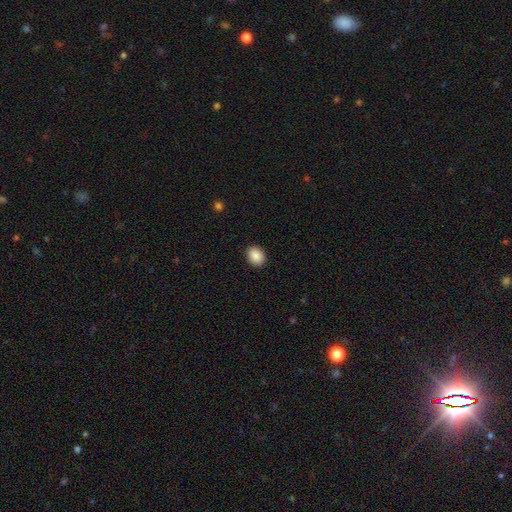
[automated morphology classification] A smooth galaxy with no disk features (88%) that is in between round and cigar-shaped (53%).

Vote fractions:
- Smooth or featured? smooth: 88% / star or artifact: 8% / featured or disk: 4%
- How rounded? in between: 53% / round: 46% / cigar-shaped: 1%
- Merging? none: 91% / minor disturbance: 6% / major disturbance: 2% / merger: 1%